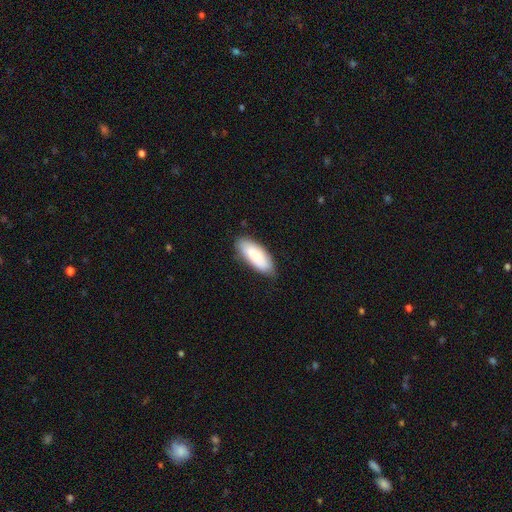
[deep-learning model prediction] Smooth or featured? smooth (78%)
How rounded? in between (80%)
Merging? none (80%)